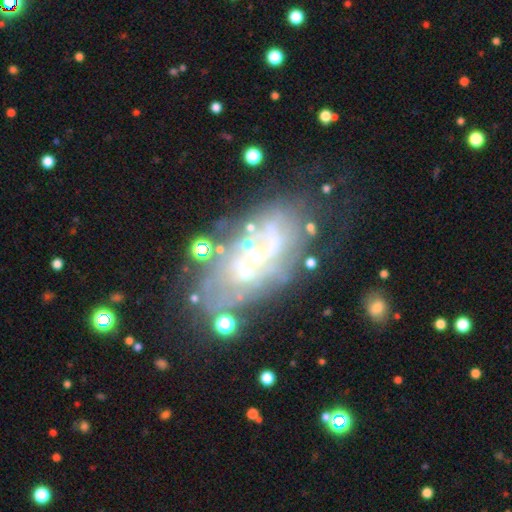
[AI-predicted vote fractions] Smooth or featured? Predicted: featured or disk (p=0.65). Edge-on disk? Predicted: no (p=0.94). Bar? Predicted: no (p=0.85). Spiral arms? Predicted: no (p=0.66). Bulge size? Predicted: small (p=0.56). Merging? Predicted: none (p=0.49).